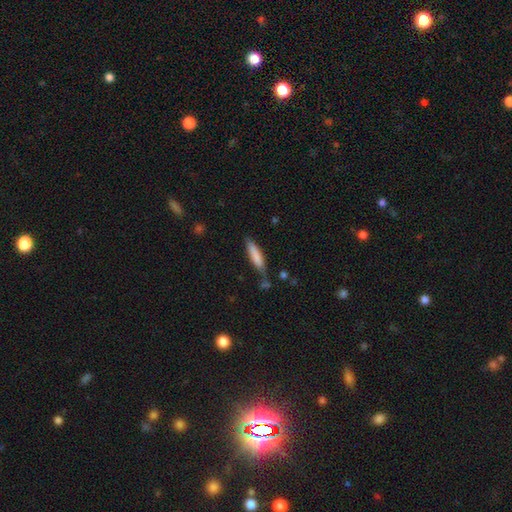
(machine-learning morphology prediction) Smooth or featured? Predicted: smooth (p=0.79). How rounded? Predicted: cigar-shaped (p=0.77). Merging? Predicted: none (p=0.64).